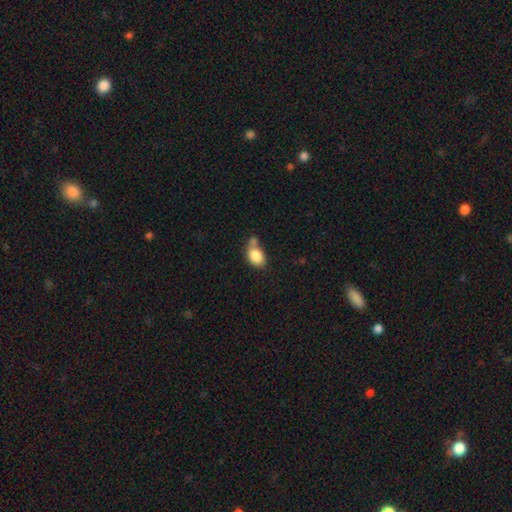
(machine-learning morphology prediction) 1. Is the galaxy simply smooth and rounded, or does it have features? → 85% smooth, 8% star or artifact, 8% featured or disk.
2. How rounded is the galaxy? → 79% in between, 20% round, 1% cigar-shaped.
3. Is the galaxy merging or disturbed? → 40% none, 37% merger, 17% minor disturbance, 6% major disturbance.